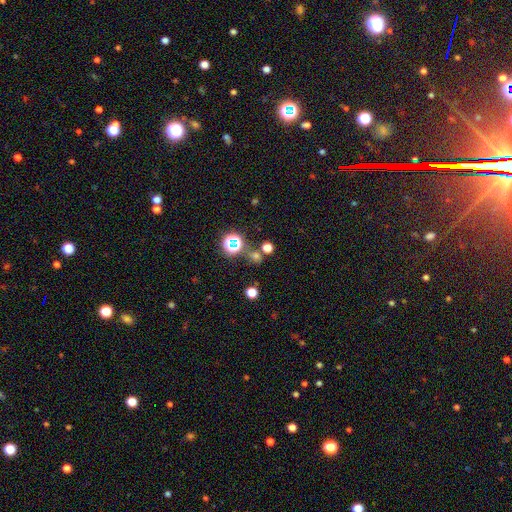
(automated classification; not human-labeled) smooth_or_featured: smooth (p=0.52) [alt: star or artifact p=0.40]
how_rounded: round (p=0.83) [alt: in between p=0.15]
merging: none (p=0.69) [alt: merger p=0.17]